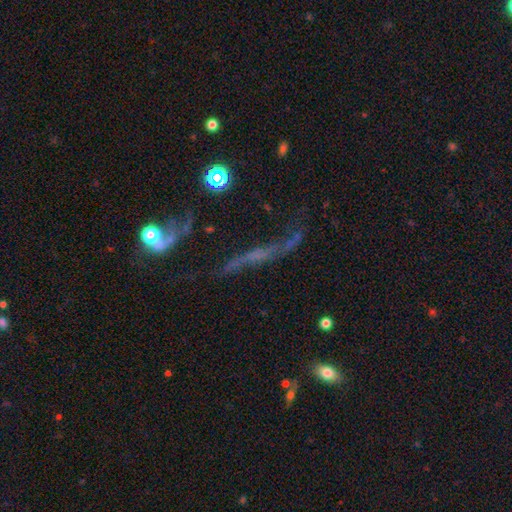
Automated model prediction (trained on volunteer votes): Smooth or featured? featured or disk (64%)
Edge-on disk? no (58%)
Merging? none (47%)